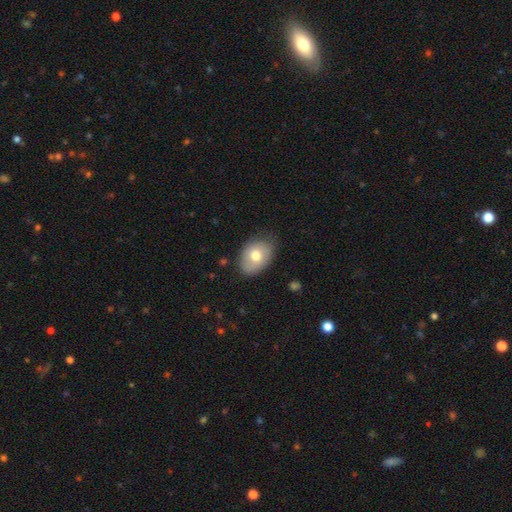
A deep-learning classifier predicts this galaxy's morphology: Smooth or featured? smooth (70%)
How rounded? in between (78%)
Merging? none (72%)